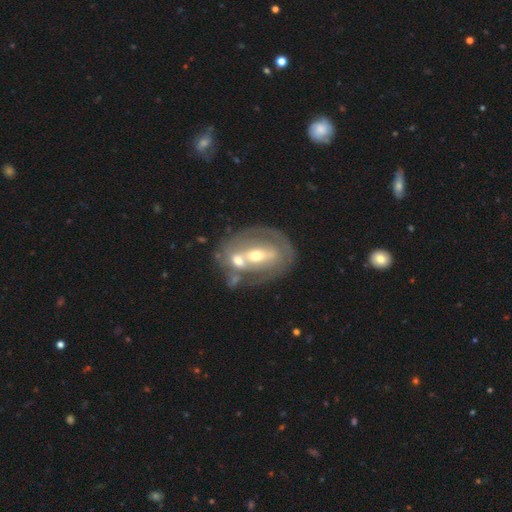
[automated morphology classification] Smooth or featured? Predicted: featured or disk (p=0.69). Edge-on disk? Predicted: no (p=0.92). Bar? Predicted: no (p=0.37). Spiral arms? Predicted: no (p=0.64). Bulge size? Predicted: moderate (p=0.65). Merging? Predicted: none (p=0.40).